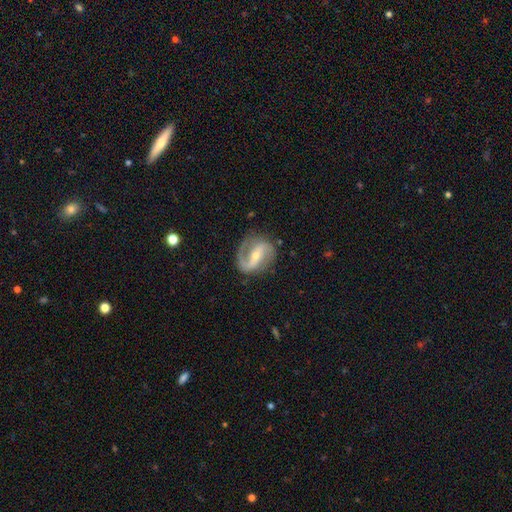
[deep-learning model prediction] This appears to be a featured or disk galaxy (89%) with a strong bar (46%), 2 (86%) medium (49%) spiral arms (96%) and a small central bulge (54%). Merging: none (78%).